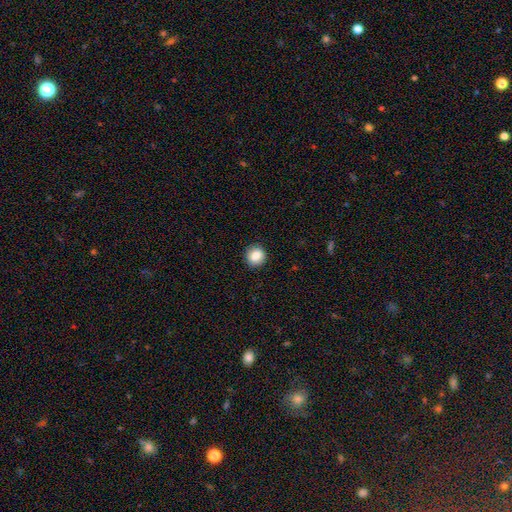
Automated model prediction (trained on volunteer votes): Smooth or featured?
  - smooth: 85% *
  - star or artifact: 9%
  - featured or disk: 6%
How rounded?
  - round: 87% *
  - in between: 12%
  - cigar-shaped: 1%
Merging?
  - none: 91% *
  - minor disturbance: 6%
  - major disturbance: 2%
  - merger: 1%